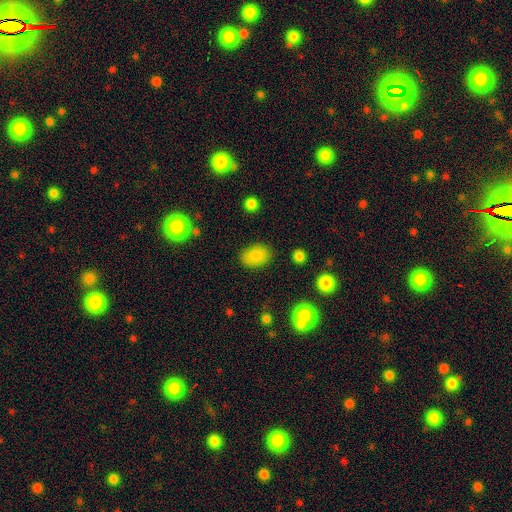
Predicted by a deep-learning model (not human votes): The model was most divided on "how rounded": in between: 81%, round: 18%, cigar-shaped: 1%. More confident: merging — none (86%); smooth or featured — smooth (85%).